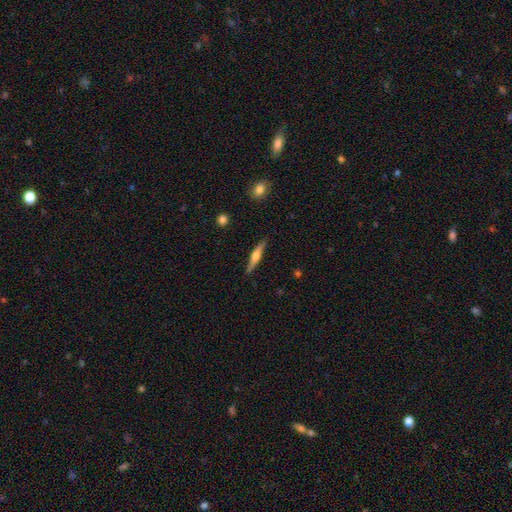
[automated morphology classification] type=featured or disk (60%); edge-on=yes (97%); edge-on bulge=rounded (88%); merging=none (89%).